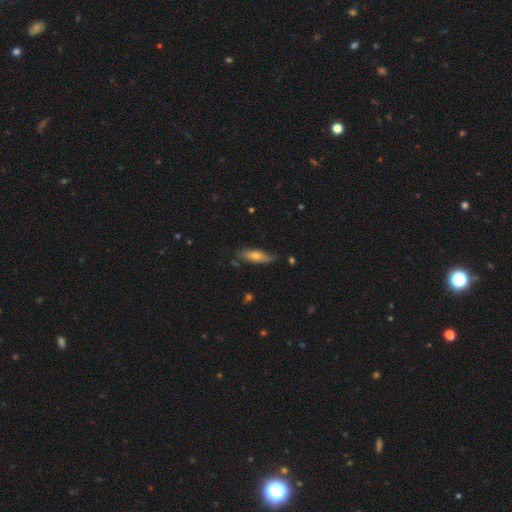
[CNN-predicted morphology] This appears to be a smooth galaxy with no disk features (60%) that is cigar-shaped (49%, tied with in between). Merging: none (72%).